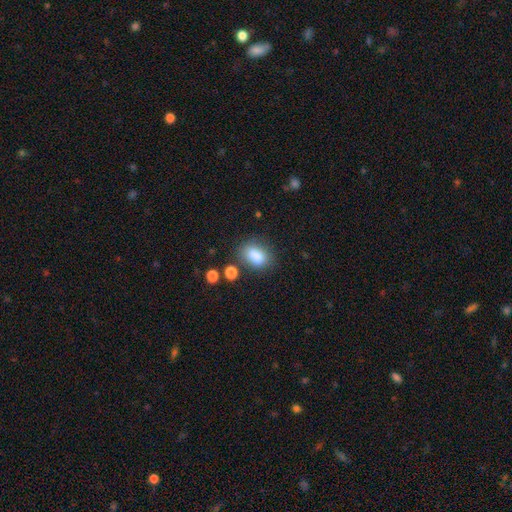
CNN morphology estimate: smooth-or-featured: smooth: 85% | star or artifact: 9% | featured or disk: 6%
  how-rounded: in between: 80% | round: 18% | cigar-shaped: 2%
  merging: none: 73% | minor disturbance: 16% | merger: 6% | major disturbance: 5%